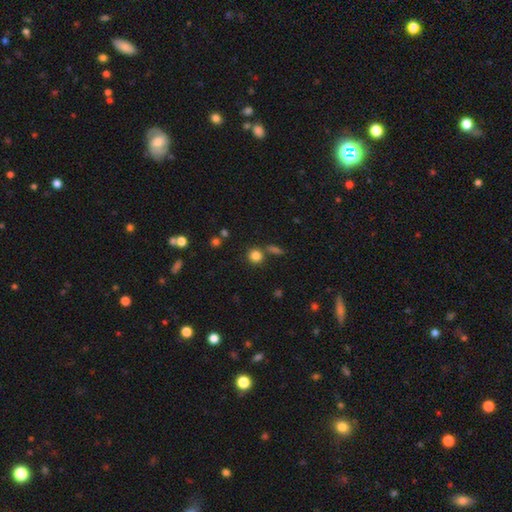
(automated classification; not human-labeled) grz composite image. It shows a smooth galaxy with no disk features (82%) that is round (89%). Merging: none (74%).